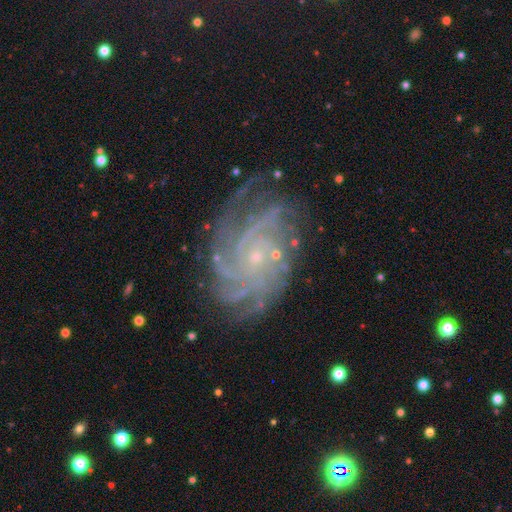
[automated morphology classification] Smooth or featured? Predicted: featured or disk (p=0.89). Edge-on disk? Predicted: no (p=0.97). Bar? Predicted: no (p=0.76). Spiral arms? Predicted: yes (p=0.98). Spiral winding? Predicted: tight (p=0.68). Spiral arm count? Predicted: more than 4 (p=0.27). Bulge size? Predicted: small (p=0.85). Merging? Predicted: none (p=0.73).